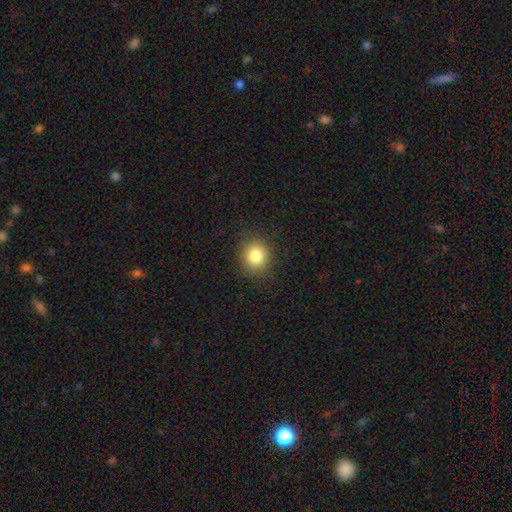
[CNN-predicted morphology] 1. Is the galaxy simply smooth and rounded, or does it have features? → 83% smooth, 11% star or artifact, 6% featured or disk.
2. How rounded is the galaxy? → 83% round, 16% in between, 1% cigar-shaped.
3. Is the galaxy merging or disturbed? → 88% none, 8% minor disturbance, 3% major disturbance, 1% merger.